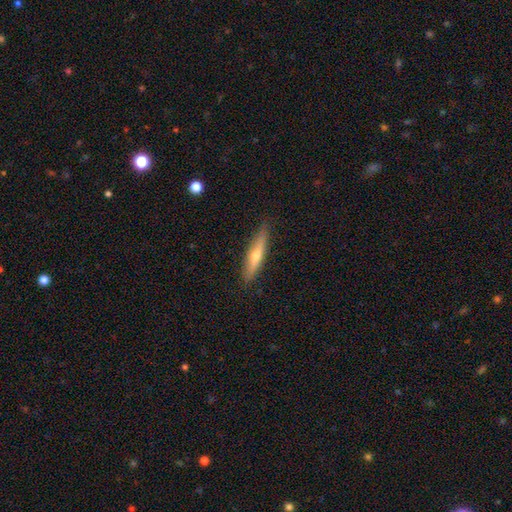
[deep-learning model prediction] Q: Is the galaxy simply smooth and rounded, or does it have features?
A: featured or disk — 50%.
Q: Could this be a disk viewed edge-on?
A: yes — 92%.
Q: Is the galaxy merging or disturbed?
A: none — 88%.